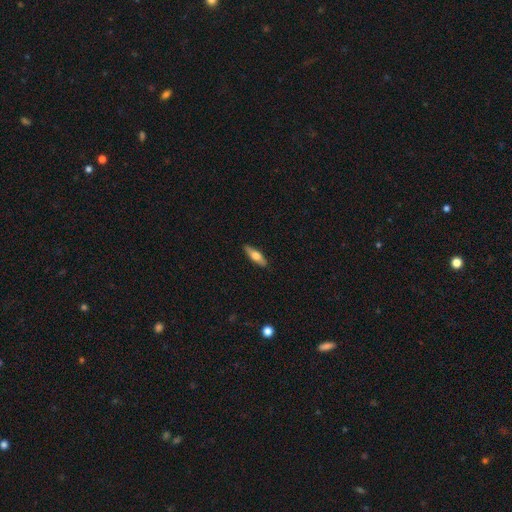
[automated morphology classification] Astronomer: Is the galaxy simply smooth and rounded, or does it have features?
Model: smooth — 62%.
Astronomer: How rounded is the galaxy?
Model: cigar-shaped — 51% (runner-up: in between, 47%).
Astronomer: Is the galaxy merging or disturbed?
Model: none — 87%.